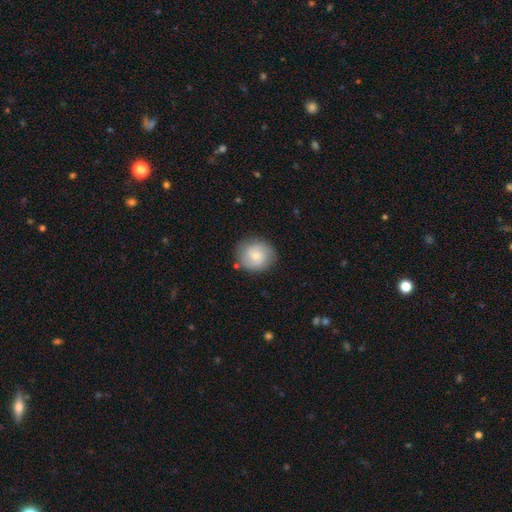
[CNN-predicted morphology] smooth_or_featured: smooth (p=0.55) [alt: featured or disk p=0.38]
how_rounded: round (p=0.84) [alt: in between p=0.15]
merging: none (p=0.81) [alt: minor disturbance p=0.13]